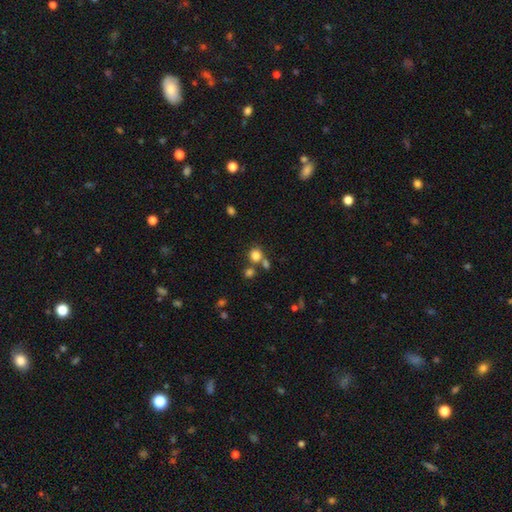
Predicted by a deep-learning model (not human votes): Overall: smooth (79%). How rounded: round (85%). Merging: none (56%; merger 29%).